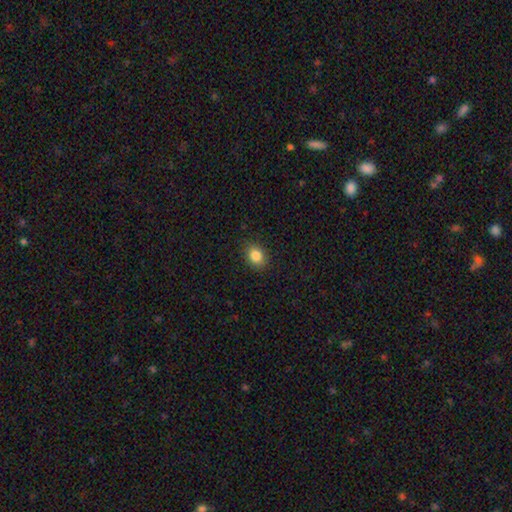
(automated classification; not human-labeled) smooth_or_featured: smooth (p=0.85) [alt: star or artifact p=0.09]
how_rounded: in between (p=0.60) [alt: round p=0.39]
merging: none (p=0.88) [alt: minor disturbance p=0.09]